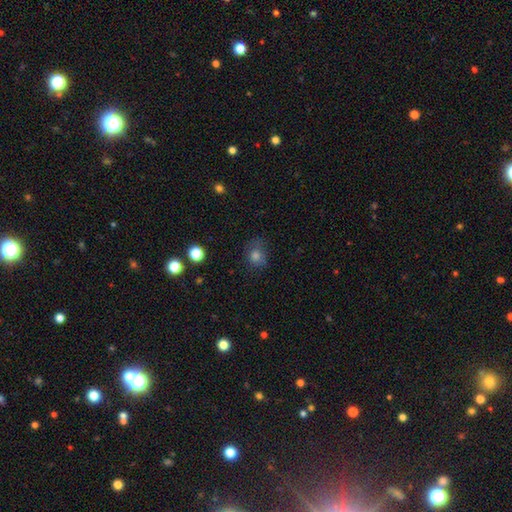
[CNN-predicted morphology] smooth 71%, star or artifact 19%, featured or disk 10%. Down the decision tree: how rounded — round (68%); merging — none (64%).